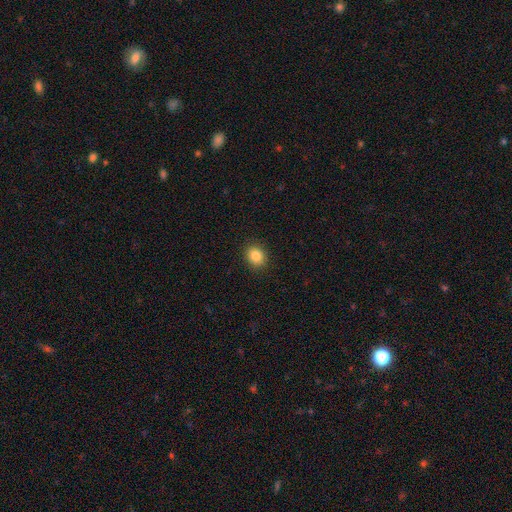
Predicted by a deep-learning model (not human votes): Smooth or featured?
  - smooth: 86% *
  - star or artifact: 10%
  - featured or disk: 4%
How rounded?
  - round: 65% *
  - in between: 34%
  - cigar-shaped: 1%
Merging?
  - none: 90% *
  - minor disturbance: 7%
  - major disturbance: 2%
  - merger: 1%